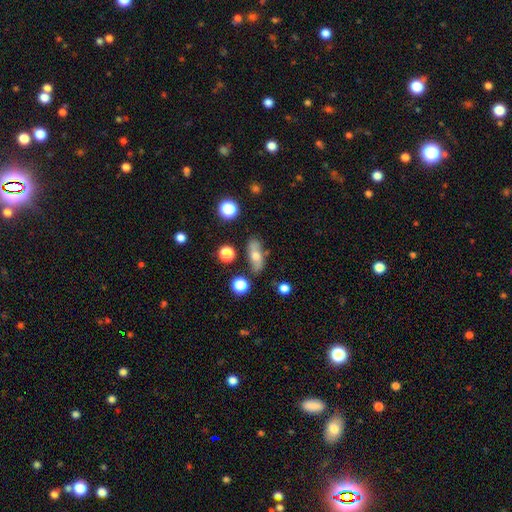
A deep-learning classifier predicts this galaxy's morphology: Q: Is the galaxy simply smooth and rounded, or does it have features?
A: smooth — 53%.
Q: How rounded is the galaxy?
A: in between — 69%.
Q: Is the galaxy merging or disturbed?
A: none — 74%.